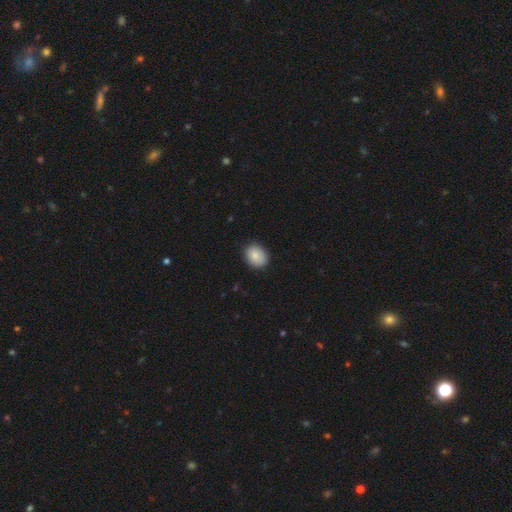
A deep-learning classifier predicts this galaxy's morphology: Overall: smooth (86%). How rounded: in between (54%; round 45%). Merging: none (86%).